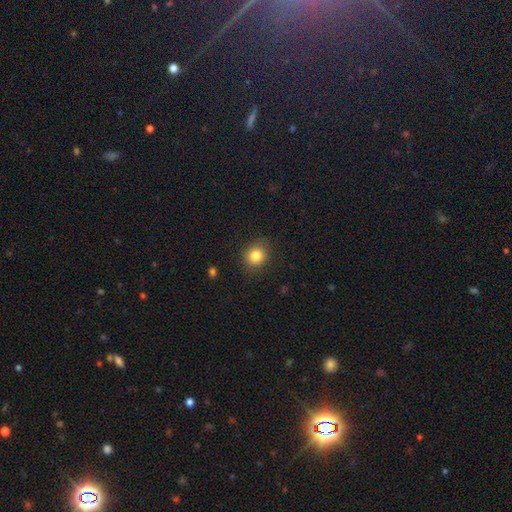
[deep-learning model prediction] This is clearly a smooth galaxy (82%). How rounded: likely round (78%). Merging: clearly none (84%).